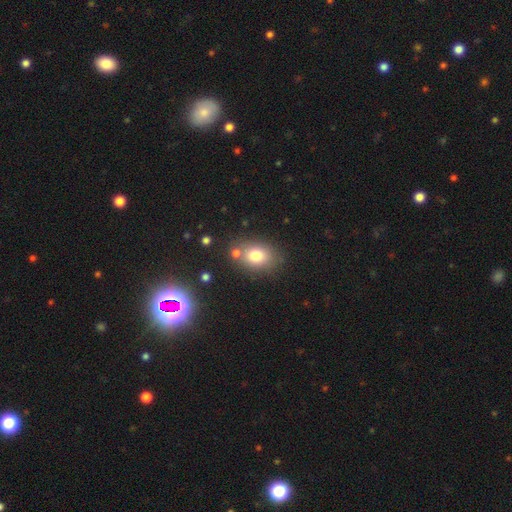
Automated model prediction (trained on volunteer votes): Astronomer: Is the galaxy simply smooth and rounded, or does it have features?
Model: smooth — 77%.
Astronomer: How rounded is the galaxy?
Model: in between — 65%.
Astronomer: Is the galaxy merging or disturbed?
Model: none — 69%.